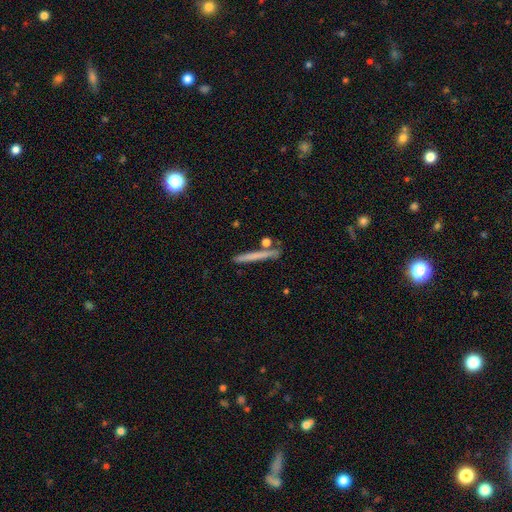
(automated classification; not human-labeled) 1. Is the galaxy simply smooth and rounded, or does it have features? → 61% smooth, 32% featured or disk, 7% star or artifact.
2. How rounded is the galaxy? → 95% cigar-shaped, 3% in between, 2% round.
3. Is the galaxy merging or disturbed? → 83% none, 9% minor disturbance, 6% merger, 2% major disturbance.